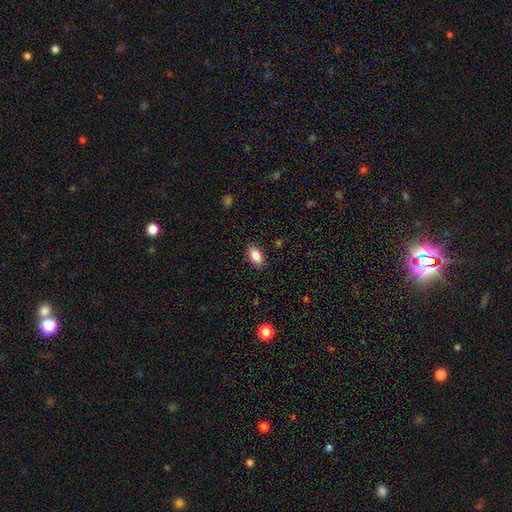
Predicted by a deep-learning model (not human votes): This appears to be a smooth galaxy with no disk features (86%) that is in between round and cigar-shaped (91%). Merging: none (87%).